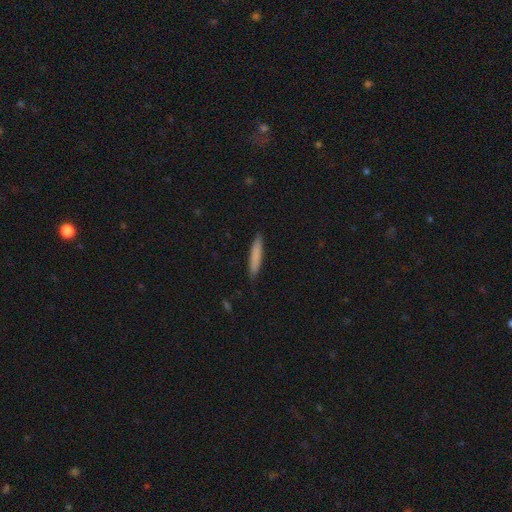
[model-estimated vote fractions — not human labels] Smooth or featured?
  - smooth: 80% *
  - featured or disk: 14%
  - star or artifact: 6%
How rounded?
  - cigar-shaped: 91% *
  - in between: 8%
  - round: 1%
Merging?
  - none: 87% *
  - minor disturbance: 10%
  - major disturbance: 2%
  - merger: 1%